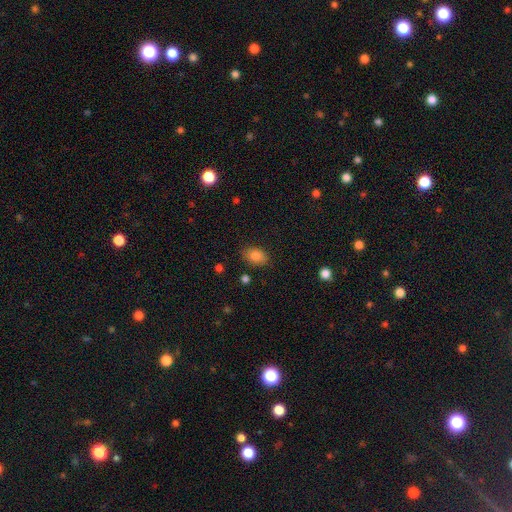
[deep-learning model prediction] smooth-or-featured: smooth: 84% | star or artifact: 9% | featured or disk: 7%
  how-rounded: in between: 83% | round: 16% | cigar-shaped: 1%
  merging: none: 83% | minor disturbance: 12% | major disturbance: 3% | merger: 2%